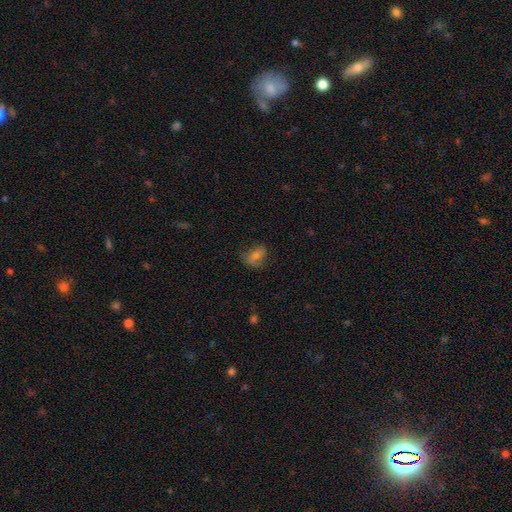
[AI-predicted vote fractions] Smooth or featured?
  - smooth: 65% *
  - featured or disk: 20%
  - star or artifact: 15%
How rounded?
  - in between: 69% *
  - round: 28%
  - cigar-shaped: 3%
Merging?
  - none: 66% *
  - minor disturbance: 24%
  - major disturbance: 9%
  - merger: 2%